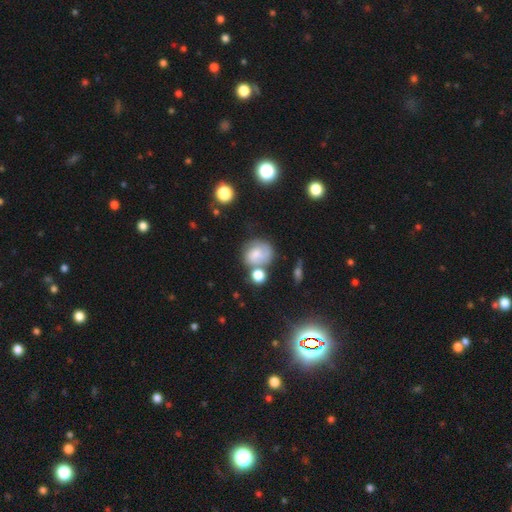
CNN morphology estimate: Smooth or featured? Predicted: smooth (p=0.54). How rounded? Predicted: round (p=0.67). Merging? Predicted: none (p=0.46).